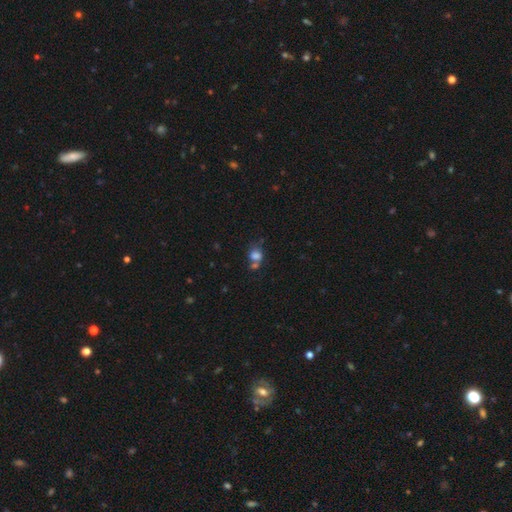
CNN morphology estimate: A smooth galaxy with no disk features (74%) that is in between round and cigar-shaped (50%). Merging: merger (40%).